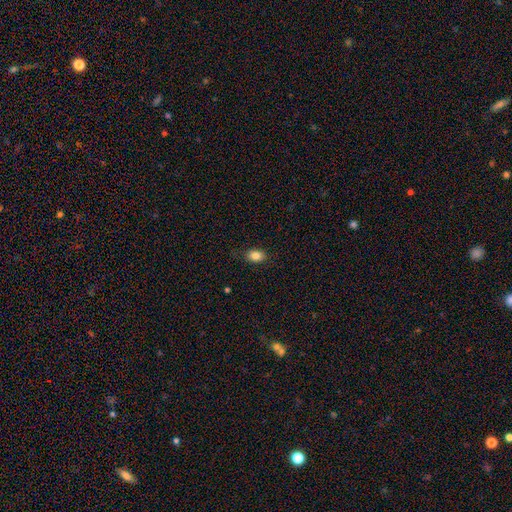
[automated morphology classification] Q: Smooth or featured?
A: smooth (85%); runner-up: star or artifact (9%)
Q: How rounded?
A: in between (79%); runner-up: round (20%)
Q: Merging?
A: none (86%); runner-up: minor disturbance (11%)